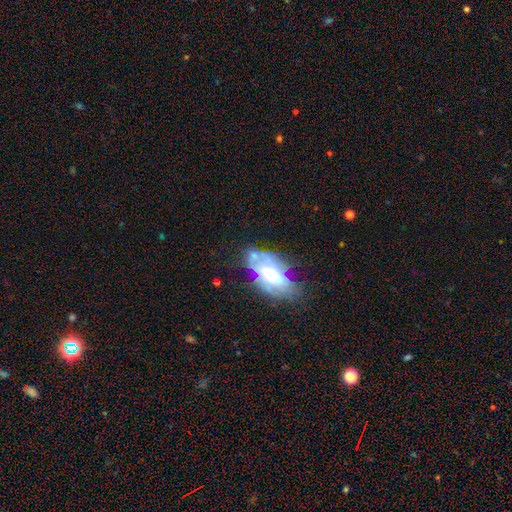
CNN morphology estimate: type=featured or disk (61%); edge-on=no (88%); bar=no (64%); spiral arms=no (53%); bulge=moderate (51%); merging=none (49%).